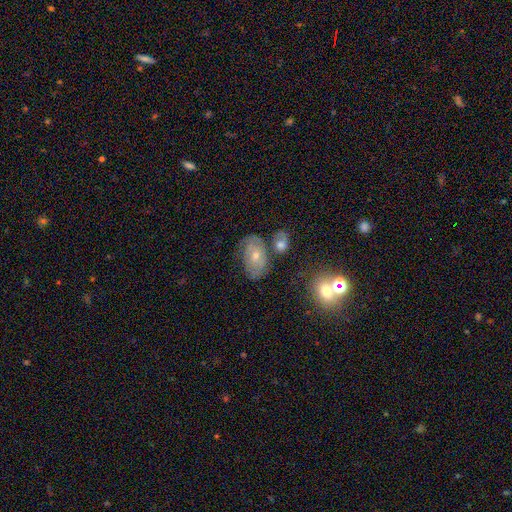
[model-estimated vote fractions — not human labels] Smooth or featured: featured or disk — 57% (smooth — 27%)
Edge-on disk: no — 94% (yes — 6%)
Bar: no — 78% (weak — 18%)
Spiral arms: yes — 70% (no — 30%)
Bulge size: small — 51% (moderate — 44%)
Merging: none — 61% (minor disturbance — 20%)